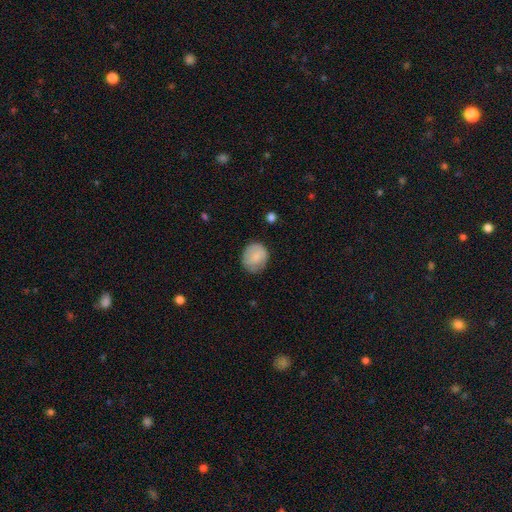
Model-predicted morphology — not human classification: Smooth or featured: smooth — 78% (featured or disk — 15%)
How rounded: round — 70% (in between — 29%)
Merging: none — 74% (minor disturbance — 20%)